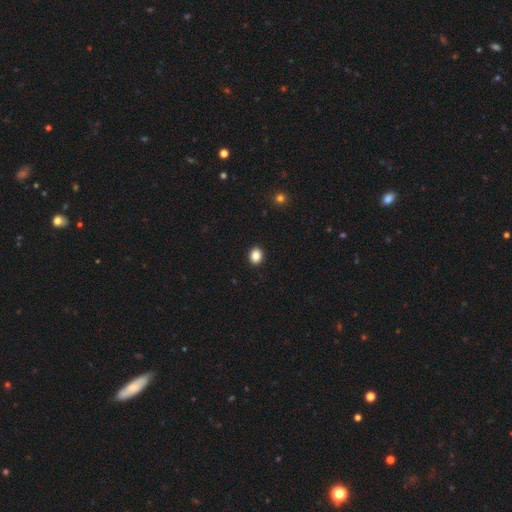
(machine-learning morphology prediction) Smooth or featured: smooth — 87% (star or artifact — 10%)
How rounded: round — 59% (in between — 40%)
Merging: none — 92% (minor disturbance — 5%)